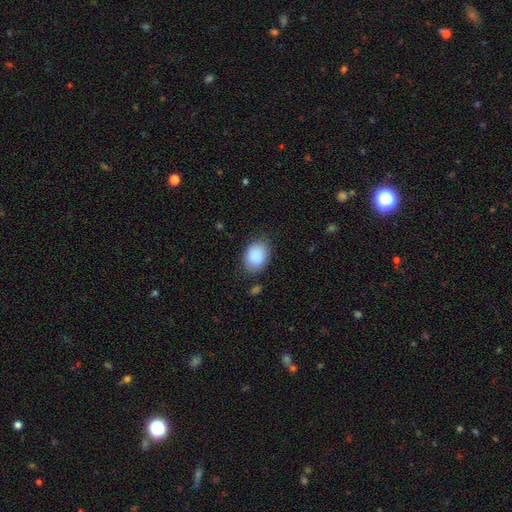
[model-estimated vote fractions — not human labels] A smooth galaxy with no disk features (89%) that is in between round and cigar-shaped (73%). Merging: none (78%).